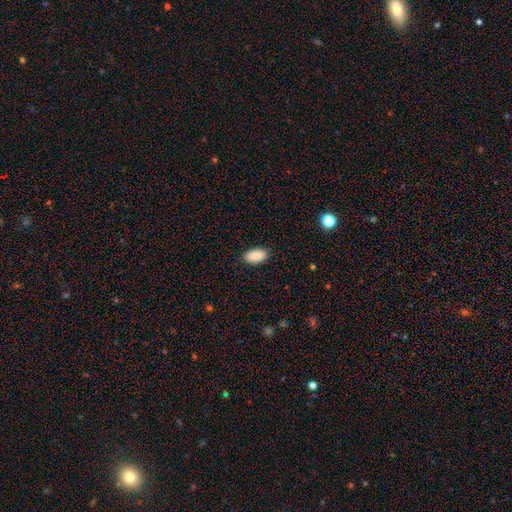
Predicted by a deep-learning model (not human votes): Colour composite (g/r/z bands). It shows a smooth galaxy with no disk features (89%) that is in between round and cigar-shaped (94%). Merging: none (88%).